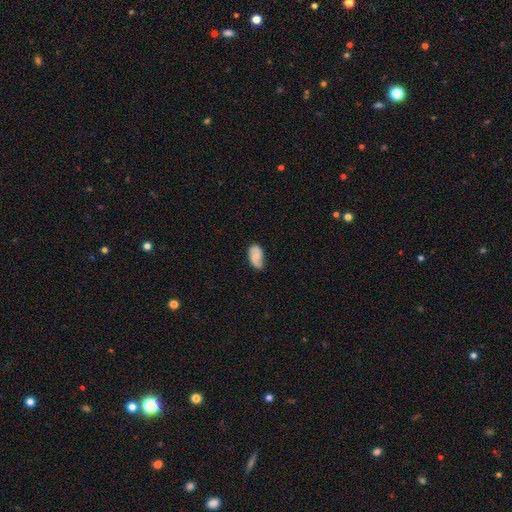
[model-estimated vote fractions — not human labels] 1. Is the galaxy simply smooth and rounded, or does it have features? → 46% smooth (tied), 46% featured or disk (tied), 7% star or artifact.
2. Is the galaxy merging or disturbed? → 66% none, 26% minor disturbance, 6% major disturbance, 2% merger.